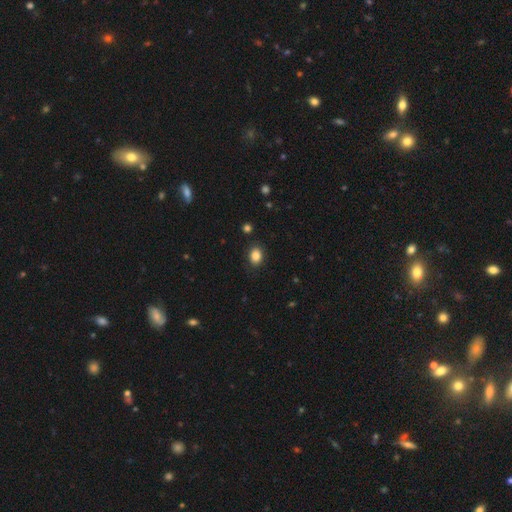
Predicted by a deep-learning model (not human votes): smooth-or-featured: smooth: 86% | star or artifact: 10% | featured or disk: 4%
  how-rounded: in between: 68% | round: 31% | cigar-shaped: 1%
  merging: none: 86% | minor disturbance: 10% | major disturbance: 3% | merger: 1%